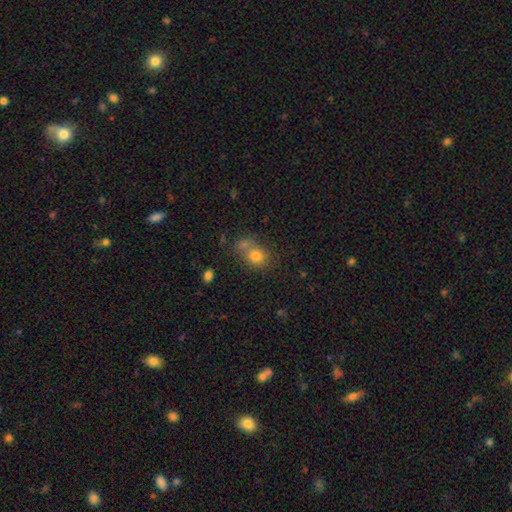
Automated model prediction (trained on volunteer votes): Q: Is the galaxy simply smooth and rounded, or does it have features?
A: smooth — 78%.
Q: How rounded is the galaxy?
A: round — 60%.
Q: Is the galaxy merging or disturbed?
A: none — 43%.